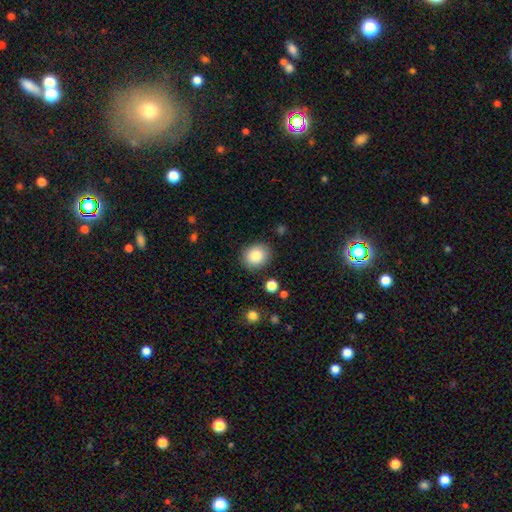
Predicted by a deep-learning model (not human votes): Smooth or featured? smooth (86%)
How rounded? round (72%)
Merging? none (86%)